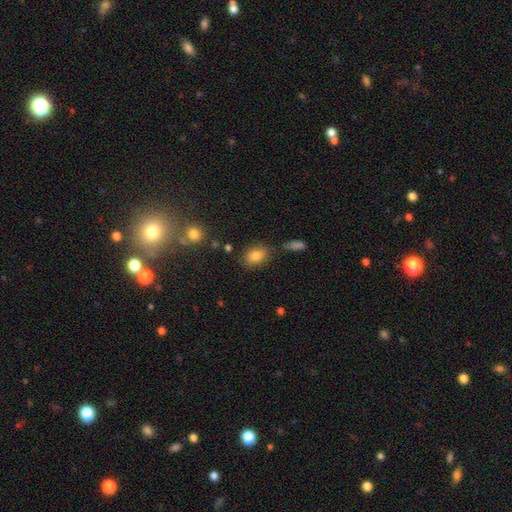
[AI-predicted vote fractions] This appears to be a smooth galaxy with no disk features (81%) that is in between round and cigar-shaped (80%). Merging: none (74%).